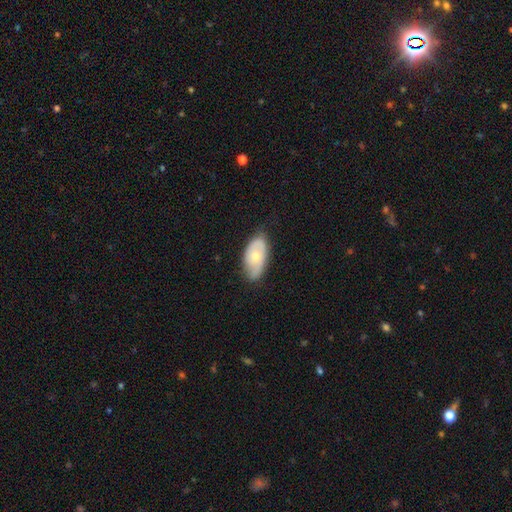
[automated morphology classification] smooth 51%, featured or disk 43%, star or artifact 6%. Down the decision tree: how rounded — in between (93%); merging — none (71%).